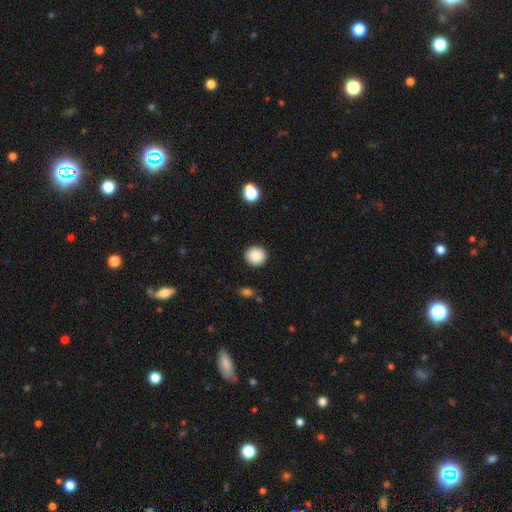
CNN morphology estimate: type=smooth (88%); roundness=round (91%); merging=none (91%).